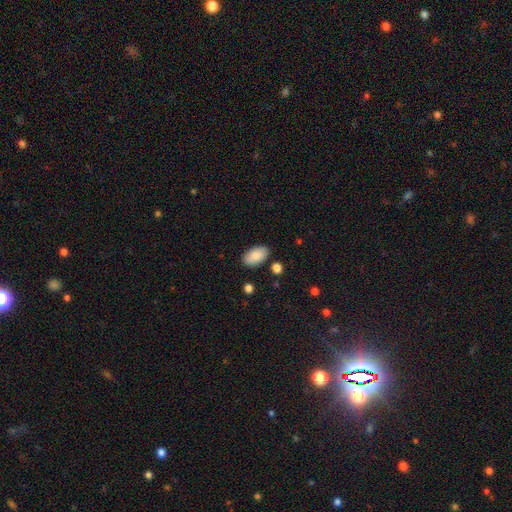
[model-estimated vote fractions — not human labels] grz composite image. It shows a smooth galaxy with no disk features (86%) that is in between round and cigar-shaped (95%). Merging: none (86%).